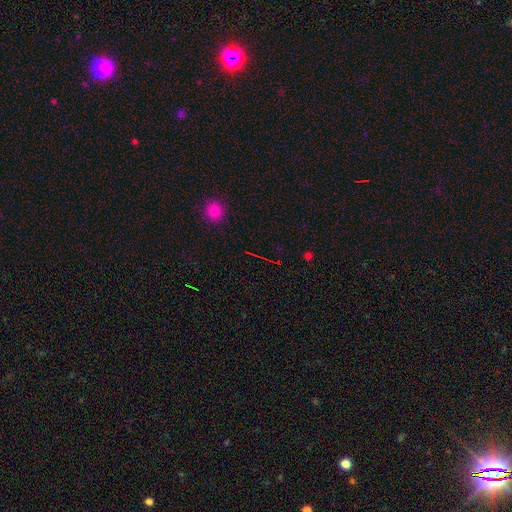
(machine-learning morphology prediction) Smooth or featured: star or artifact — 67% (smooth — 20%)